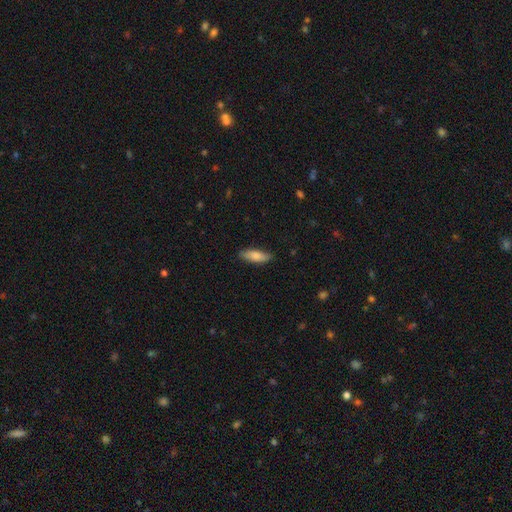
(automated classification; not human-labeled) Smooth or featured? smooth (81%)
How rounded? in between (58%)
Merging? none (84%)